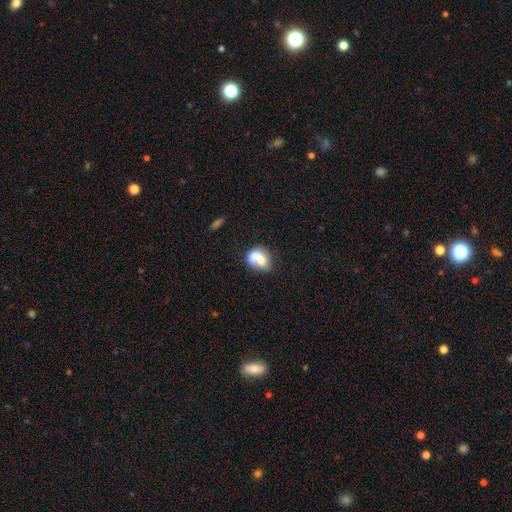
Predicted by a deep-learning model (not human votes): Morphology: type=smooth (61%); roundness=in between (56%); merging=merger (64%).